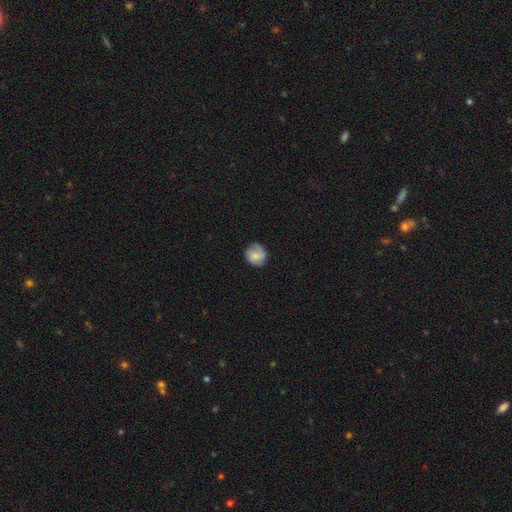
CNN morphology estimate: Smooth or featured?
  - smooth: 62% *
  - featured or disk: 30%
  - star or artifact: 8%
How rounded?
  - round: 83% *
  - in between: 16%
  - cigar-shaped: 1%
Merging?
  - none: 70% *
  - minor disturbance: 21%
  - major disturbance: 8%
  - merger: 1%